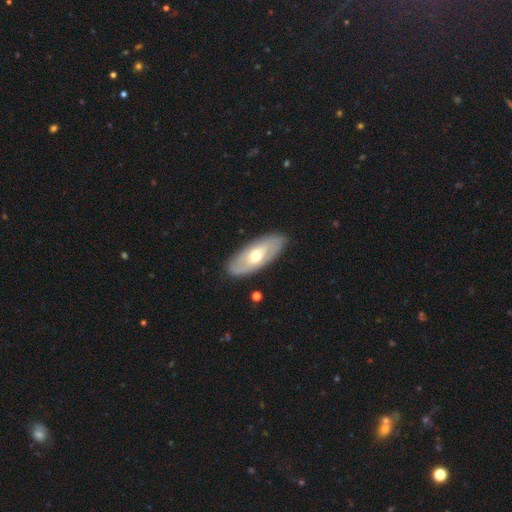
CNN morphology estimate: Smooth or featured: featured or disk — 55% (smooth — 39%)
Edge-on disk: no — 79% (yes — 21%)
Merging: none — 87% (minor disturbance — 10%)